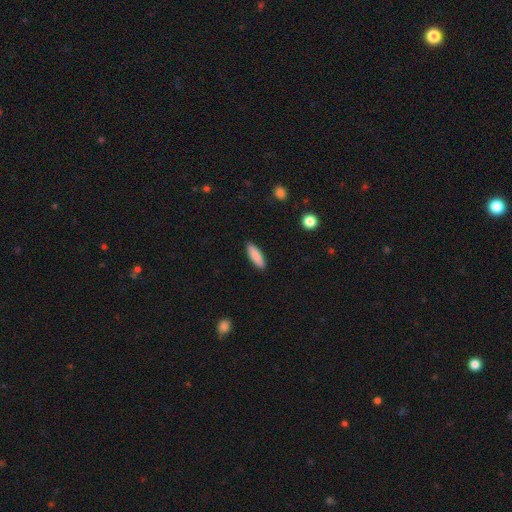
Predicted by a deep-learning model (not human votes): Smooth or featured? smooth (87%)
How rounded? cigar-shaped (58%)
Merging? none (90%)